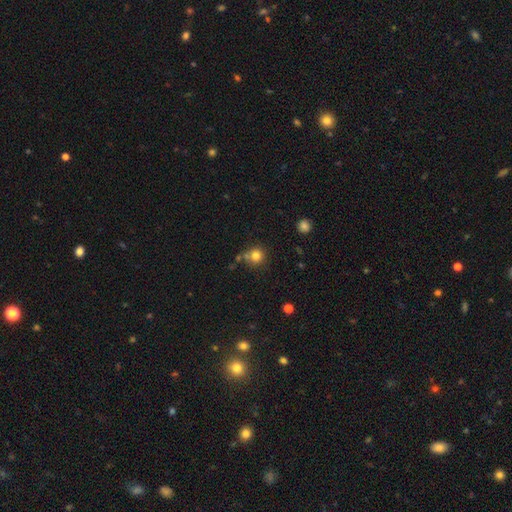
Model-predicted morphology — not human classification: smooth 80%, star or artifact 13%, featured or disk 8%. Down the decision tree: how rounded — round (92%); merging — none (69%).